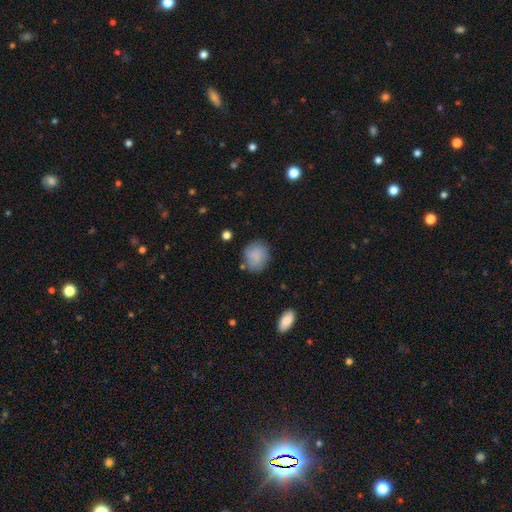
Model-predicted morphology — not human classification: Smooth or featured? smooth (82%)
How rounded? round (66%)
Merging? none (71%)